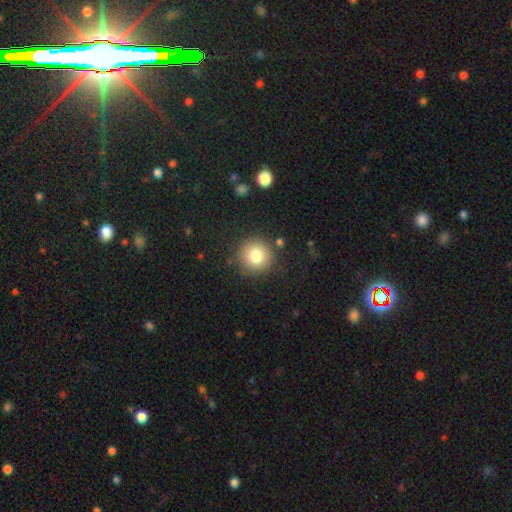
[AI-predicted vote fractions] Smooth or featured?
  - smooth: 80% *
  - star or artifact: 11%
  - featured or disk: 9%
How rounded?
  - round: 94% *
  - in between: 5%
  - cigar-shaped: 1%
Merging?
  - none: 86% *
  - minor disturbance: 8%
  - major disturbance: 3%
  - merger: 3%